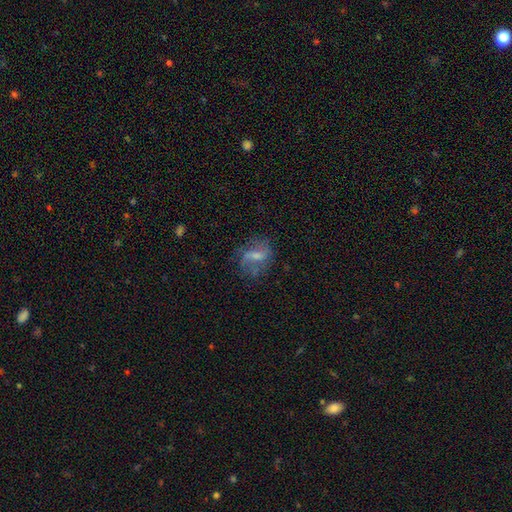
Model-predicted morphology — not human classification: smooth-or-featured: featured or disk: 56% | smooth: 31% | star or artifact: 13%
  disk-edge-on: no: 94% | yes: 6%
    bar: weak: 48% | no: 30% | strong: 22%
    has-spiral-arms: yes: 69% | no: 31%
    bulge-size: small: 41% | moderate: 37% | none: 16% | large: 5% | dominant: 1%
  merging: none: 63% | minor disturbance: 20% | major disturbance: 15% | merger: 2%